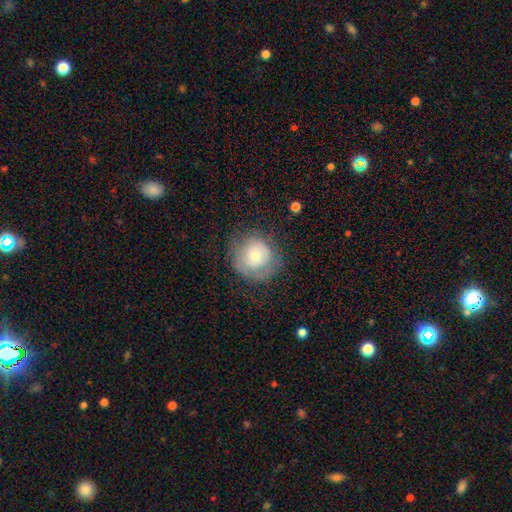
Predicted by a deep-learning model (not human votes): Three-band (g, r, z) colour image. It shows a smooth galaxy with no disk features (57%) that is round (91%). Merging: none (67%).